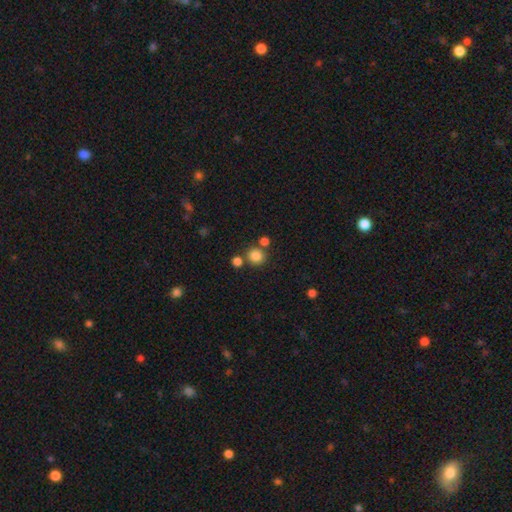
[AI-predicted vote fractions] Morphology: type=smooth (83%); roundness=round (90%); merging=none (73%).